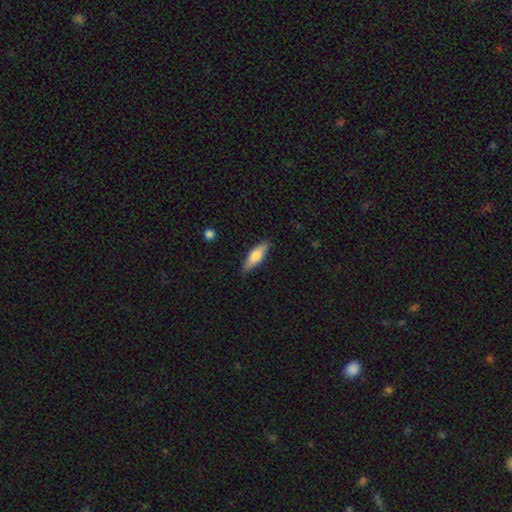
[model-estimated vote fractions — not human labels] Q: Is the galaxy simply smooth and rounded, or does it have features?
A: smooth — 65%.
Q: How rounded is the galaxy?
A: cigar-shaped — 49%, tied with in between.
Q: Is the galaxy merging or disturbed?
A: none — 86%.